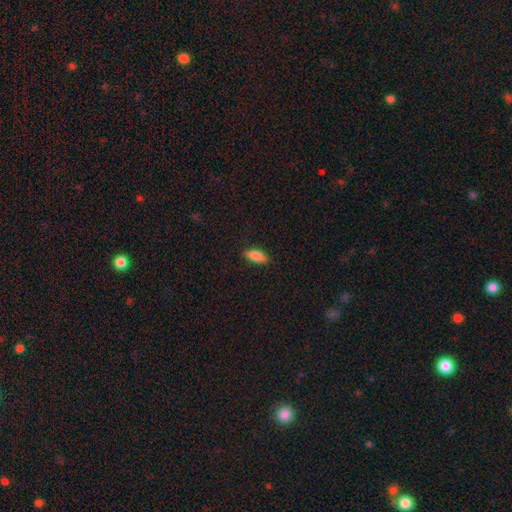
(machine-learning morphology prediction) A smooth galaxy with no disk features (85%) that is in between round and cigar-shaped (79%). Merging: none (87%).